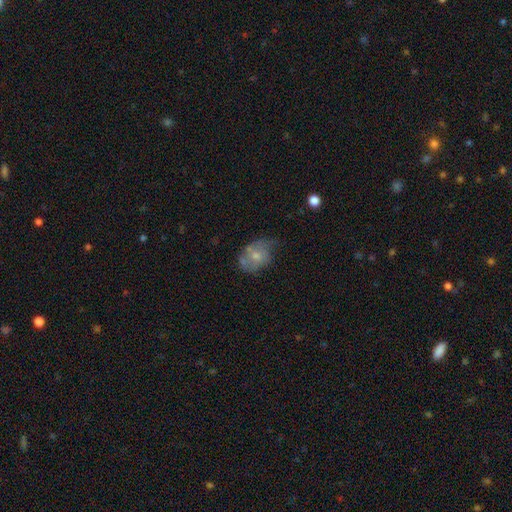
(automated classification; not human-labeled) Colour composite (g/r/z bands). It shows a smooth galaxy with no disk features (53%) that is in between round and cigar-shaped (71%). Merging: none (38%).